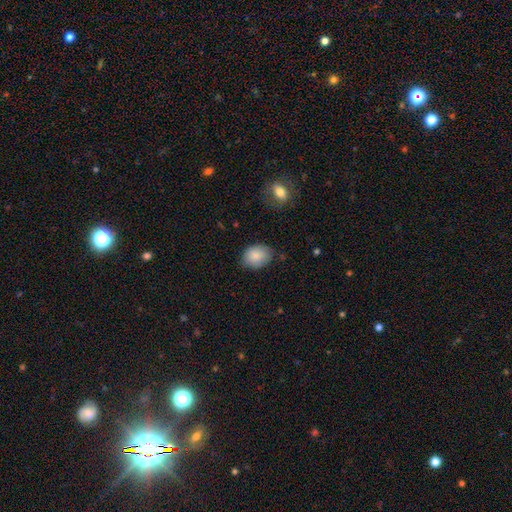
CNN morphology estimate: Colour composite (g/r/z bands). It shows a smooth galaxy with no disk features (86%) that is in between round and cigar-shaped (64%). Merging: none (73%).